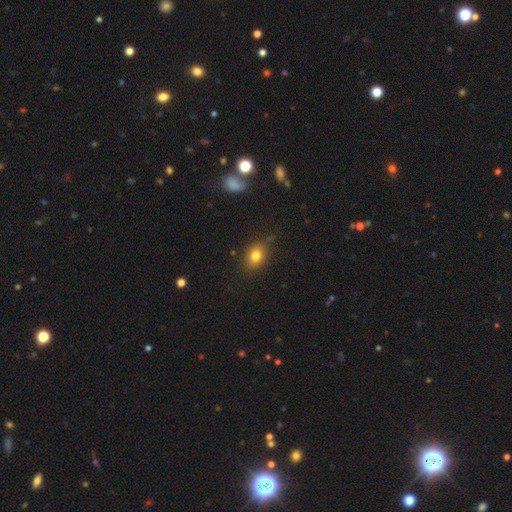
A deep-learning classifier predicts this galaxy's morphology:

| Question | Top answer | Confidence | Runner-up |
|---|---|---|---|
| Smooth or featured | smooth | 80% | star or artifact (11%) |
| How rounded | in between | 57% | round (42%) |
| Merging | none | 81% | minor disturbance (14%) |